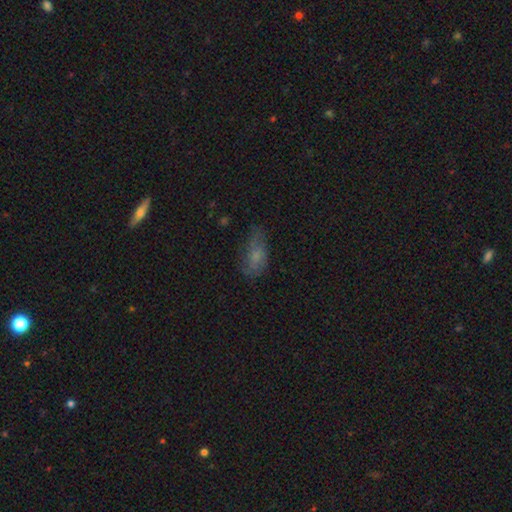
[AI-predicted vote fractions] Morphology: type=smooth (63%); roundness=in between (85%); merging=none (53%).